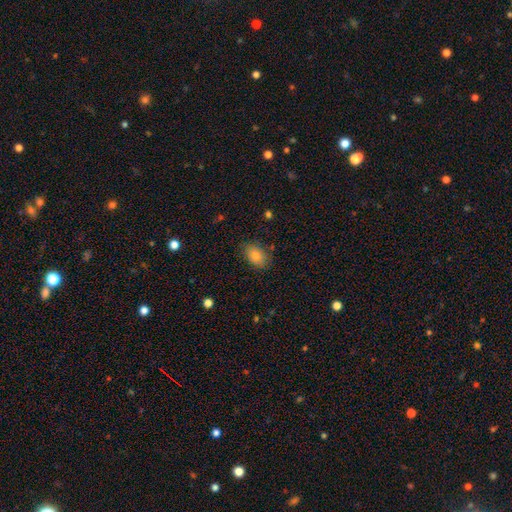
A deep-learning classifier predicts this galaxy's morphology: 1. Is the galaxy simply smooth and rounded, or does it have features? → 81% smooth, 10% featured or disk, 9% star or artifact.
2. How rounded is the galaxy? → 83% in between, 16% round, 1% cigar-shaped.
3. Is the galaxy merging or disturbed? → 81% none, 14% minor disturbance, 3% major disturbance, 1% merger.